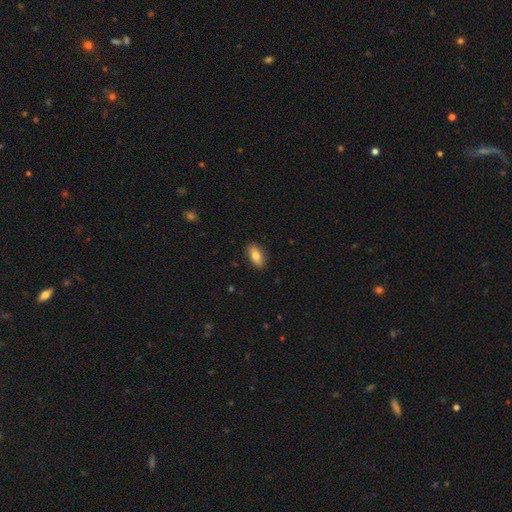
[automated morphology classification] smooth_or_featured: smooth (p=0.80) [alt: featured or disk p=0.14]
how_rounded: in between (p=0.90) [alt: cigar-shaped p=0.06]
merging: none (p=0.88) [alt: minor disturbance p=0.09]